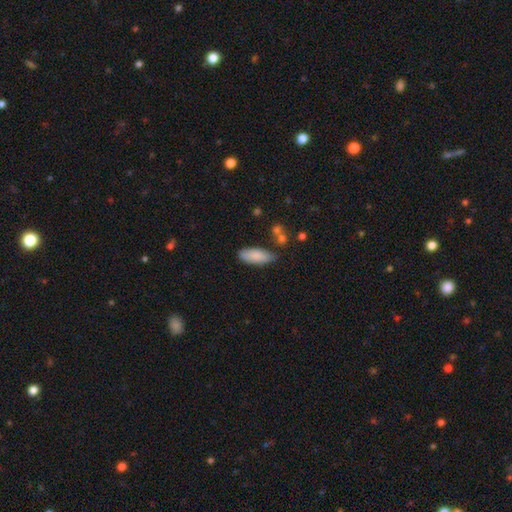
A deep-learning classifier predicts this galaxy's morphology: A smooth galaxy with no disk features (85%) that is in between round and cigar-shaped (74%). Merging: none (73%).